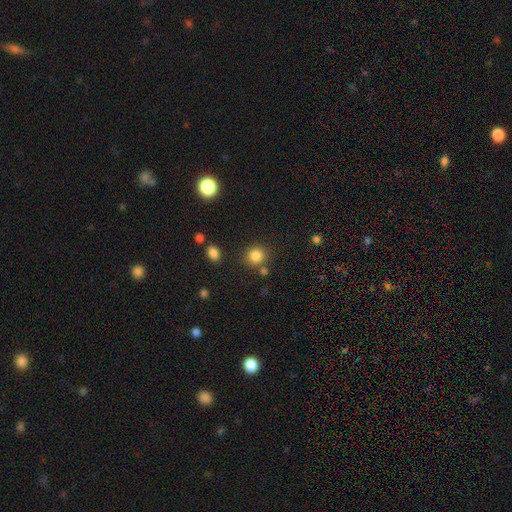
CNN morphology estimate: smooth 83%, star or artifact 12%, featured or disk 5%. Down the decision tree: how rounded — round (86%); merging — none (79%).